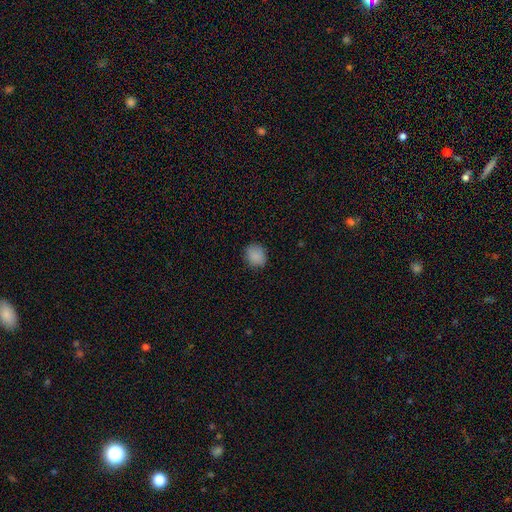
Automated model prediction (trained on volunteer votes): A smooth galaxy with no disk features (86%) that is round (67%).

Vote fractions:
- Smooth or featured? smooth: 86% / star or artifact: 10% / featured or disk: 4%
- How rounded? round: 67% / in between: 32% / cigar-shaped: 1%
- Merging? none: 84% / minor disturbance: 12% / major disturbance: 3% / merger: 1%